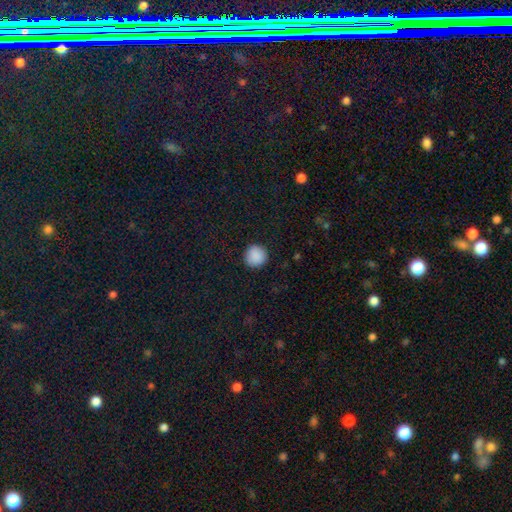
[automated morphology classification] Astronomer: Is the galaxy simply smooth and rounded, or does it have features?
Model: smooth — 89%.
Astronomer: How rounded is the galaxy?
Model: round — 95%.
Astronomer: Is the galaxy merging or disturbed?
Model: none — 92%.